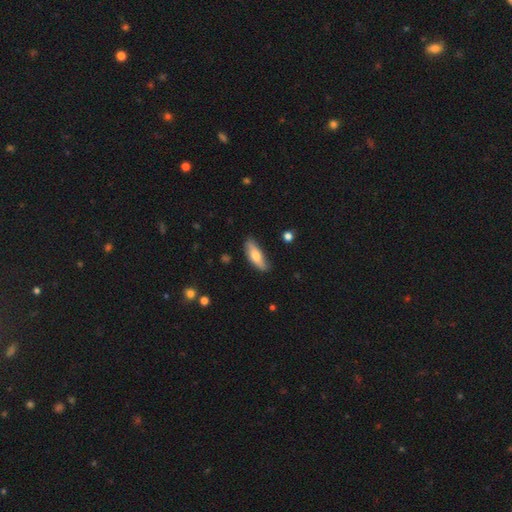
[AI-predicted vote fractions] Q: Smooth or featured?
A: smooth (65%); runner-up: featured or disk (29%)
Q: How rounded?
A: in between (58%); runner-up: cigar-shaped (39%)
Q: Merging?
A: none (78%); runner-up: minor disturbance (17%)